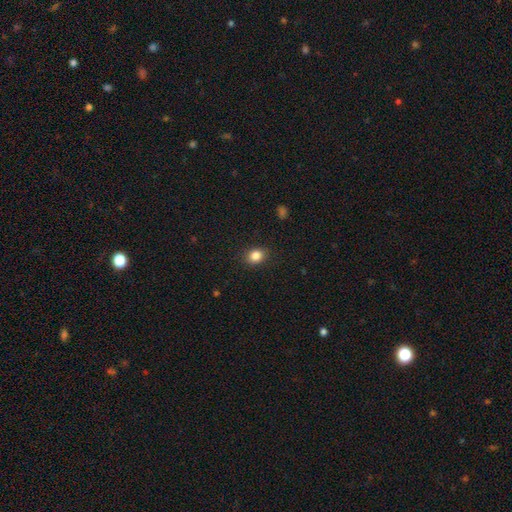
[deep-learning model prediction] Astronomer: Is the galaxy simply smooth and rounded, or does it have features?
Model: smooth — 85%.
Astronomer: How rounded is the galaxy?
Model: in between — 50% (runner-up: round, 49%).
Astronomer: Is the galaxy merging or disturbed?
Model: none — 88%.